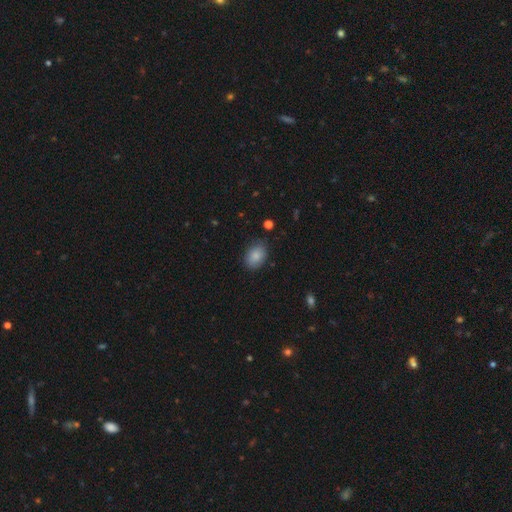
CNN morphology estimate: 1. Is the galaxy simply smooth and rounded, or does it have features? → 86% smooth, 8% star or artifact, 6% featured or disk.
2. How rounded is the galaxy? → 80% in between, 19% round, 1% cigar-shaped.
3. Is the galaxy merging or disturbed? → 83% none, 13% minor disturbance, 3% major disturbance, 1% merger.